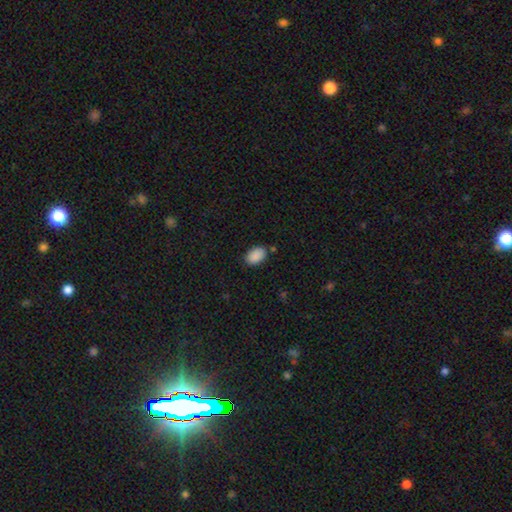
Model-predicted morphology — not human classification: This appears to be a smooth galaxy with no disk features (90%) that is in between round and cigar-shaped (89%). Merging: none (82%).